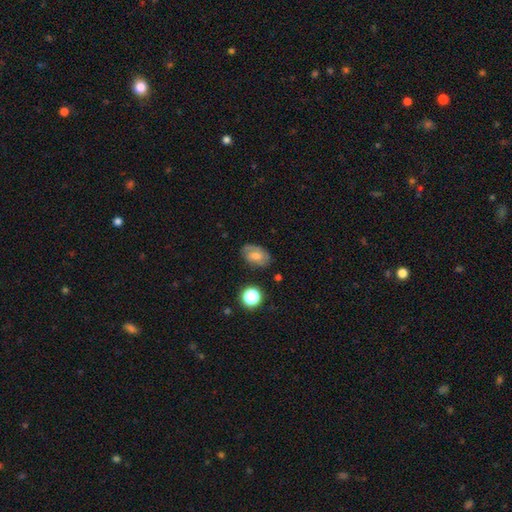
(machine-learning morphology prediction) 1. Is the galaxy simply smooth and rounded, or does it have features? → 47% featured or disk, 41% smooth, 13% star or artifact.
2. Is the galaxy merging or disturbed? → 72% none, 19% minor disturbance, 6% major disturbance, 2% merger.